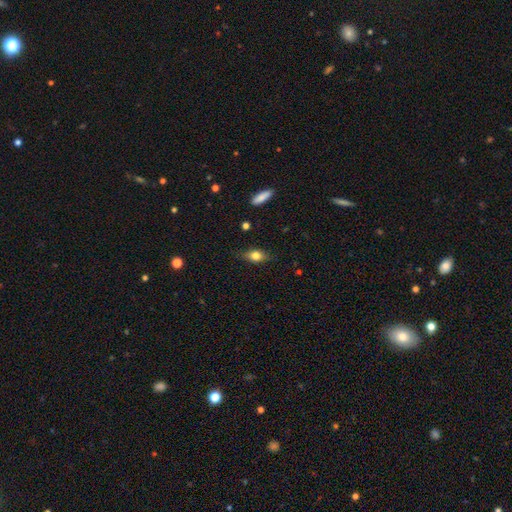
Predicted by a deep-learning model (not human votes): Overall: smooth (69%). How rounded: in between (74%). Merging: none (79%).